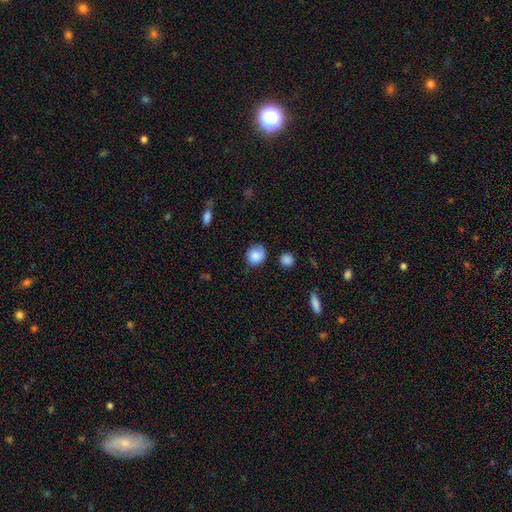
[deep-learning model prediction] The model was most divided on "merging": none: 68%, minor disturbance: 23%, major disturbance: 5%, merger: 3%. More confident: smooth or featured — smooth (82%); how rounded — round (72%).